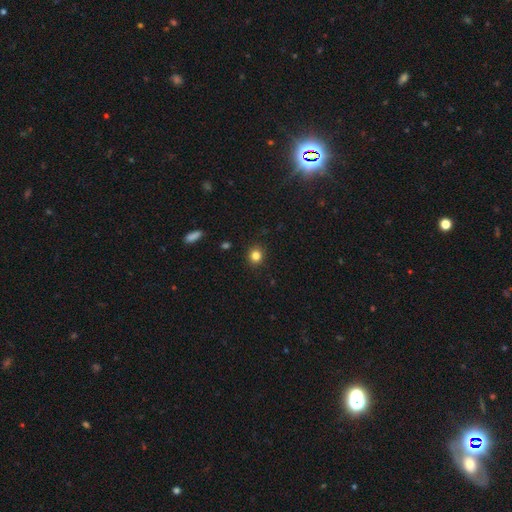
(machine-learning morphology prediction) Smooth or featured? smooth (82%)
How rounded? round (83%)
Merging? none (90%)